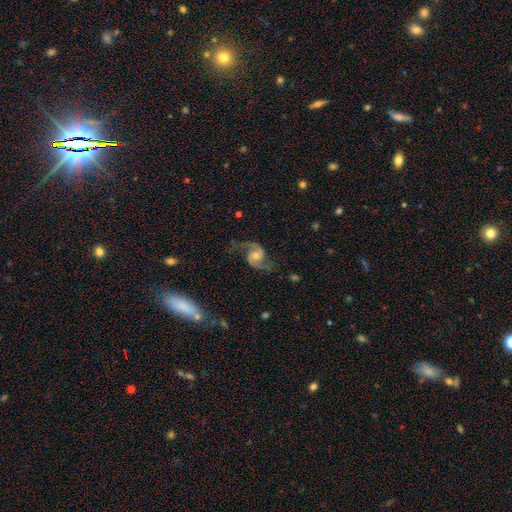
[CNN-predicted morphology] A featured or disk galaxy (89%) with no bar (54%), 2 (94%) loose (49%) spiral arms (97%) and a moderate central bulge (53%). Merging: none (73%).